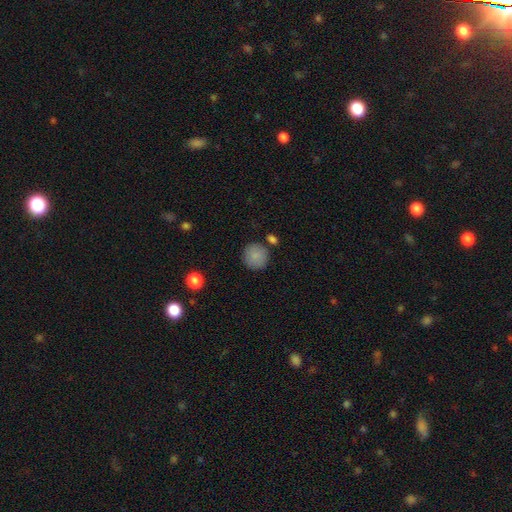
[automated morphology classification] smooth_or_featured: smooth (p=0.87) [alt: star or artifact p=0.08]
how_rounded: round (p=0.92) [alt: in between p=0.07]
merging: none (p=0.80) [alt: minor disturbance p=0.11]